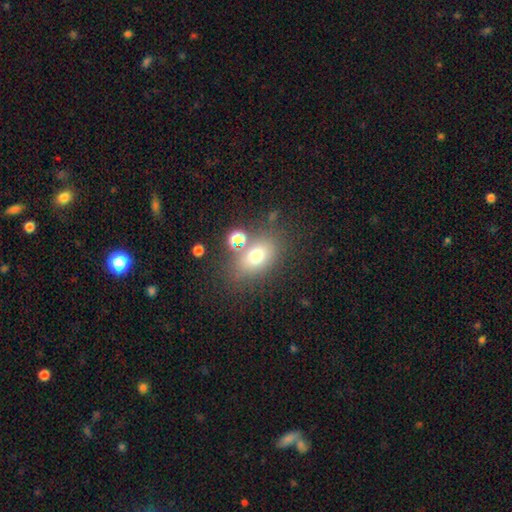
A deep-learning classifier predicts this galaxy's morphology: smooth-or-featured: smooth: 70% | star or artifact: 15% | featured or disk: 14%
  how-rounded: in between: 71% | round: 27% | cigar-shaped: 2%
  merging: none: 68% | minor disturbance: 14% | merger: 12% | major disturbance: 7%